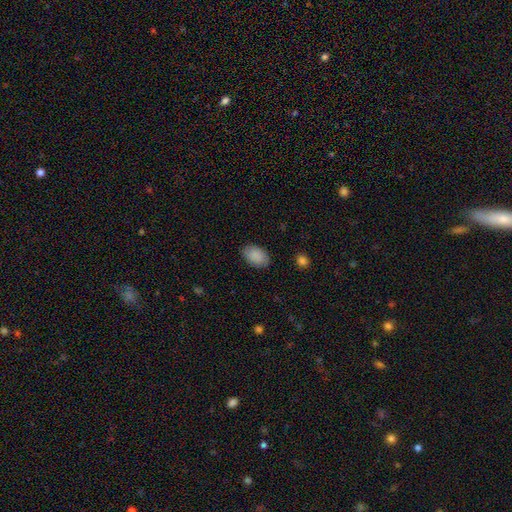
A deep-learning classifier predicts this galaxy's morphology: Q: Smooth or featured?
A: smooth (89%); runner-up: star or artifact (6%)
Q: How rounded?
A: in between (88%); runner-up: round (11%)
Q: Merging?
A: none (86%); runner-up: minor disturbance (10%)